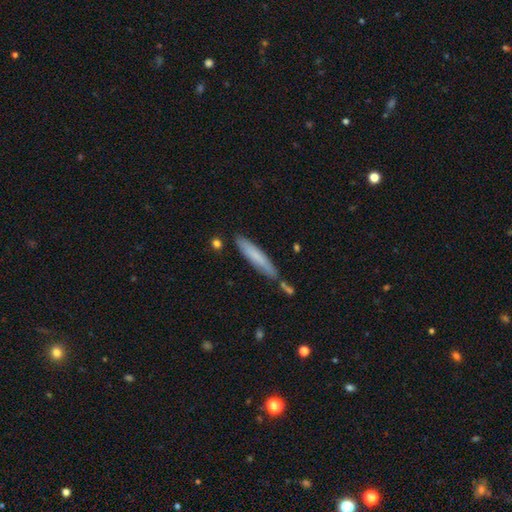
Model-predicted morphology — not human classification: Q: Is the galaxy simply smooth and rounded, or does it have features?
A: smooth — 72%.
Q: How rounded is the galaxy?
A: cigar-shaped — 90%.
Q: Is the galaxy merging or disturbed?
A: none — 73%.